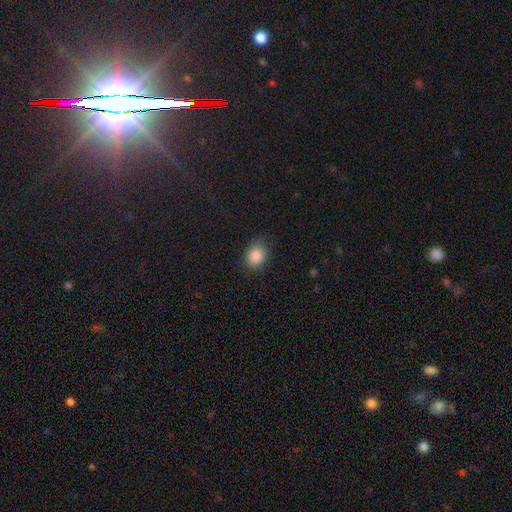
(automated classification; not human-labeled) Overall: smooth (87%). How rounded: in between (59%; round 40%). Merging: none (81%).